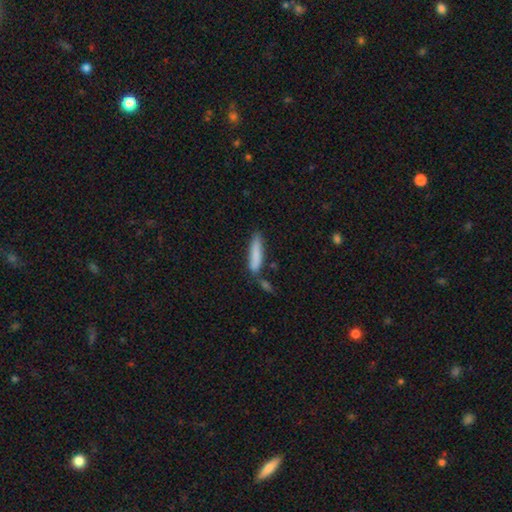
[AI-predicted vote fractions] Smooth or featured? smooth (82%)
How rounded? cigar-shaped (83%)
Merging? none (66%)